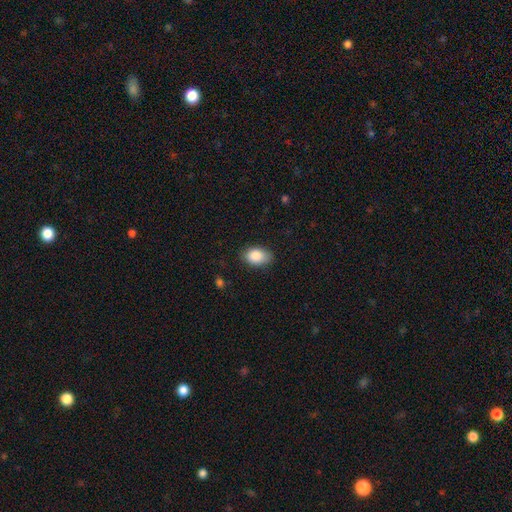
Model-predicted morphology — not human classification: type=smooth (87%); roundness=in between (87%); merging=none (80%).